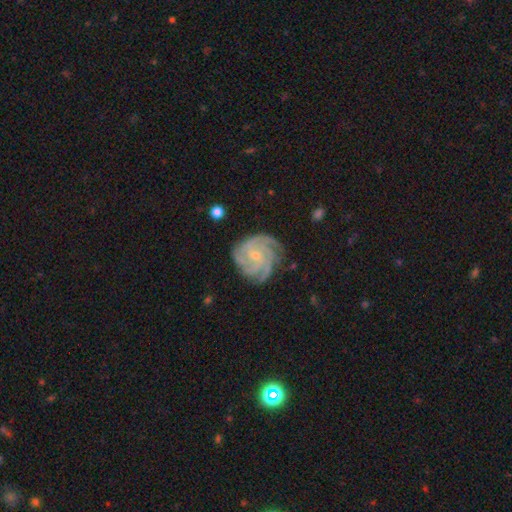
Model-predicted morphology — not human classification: This is clearly a featured or disk galaxy (89%). It is clearly not viewed edge-on (98%). Bar: likely no (68%). Spiral arm pattern: clearly yes (98%). Spiral arm count: possibly 4 (47%). Spiral winding: likely tight (70%). Central bulge: likely small (74%). Merging: likely none (77%).